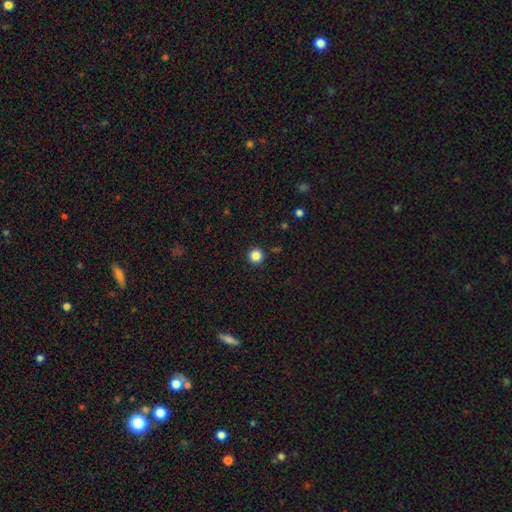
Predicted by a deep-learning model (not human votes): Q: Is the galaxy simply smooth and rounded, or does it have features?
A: smooth — 85%.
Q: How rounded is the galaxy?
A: round — 96%.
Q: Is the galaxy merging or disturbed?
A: none — 92%.